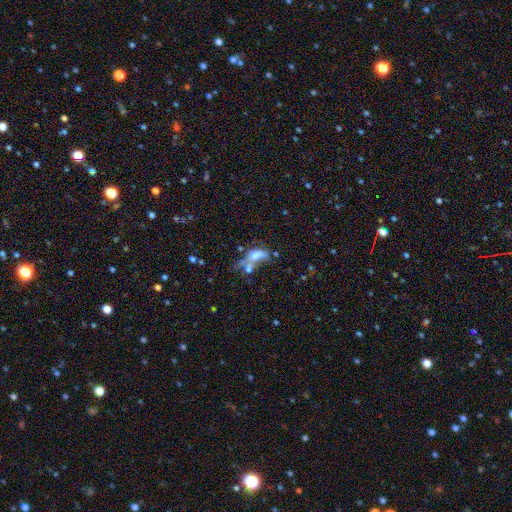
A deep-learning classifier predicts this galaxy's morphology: Smooth or featured: smooth — 53% (featured or disk — 32%)
How rounded: in between — 77% (cigar-shaped — 12%)
Merging: merger — 46% (major disturbance — 24%)